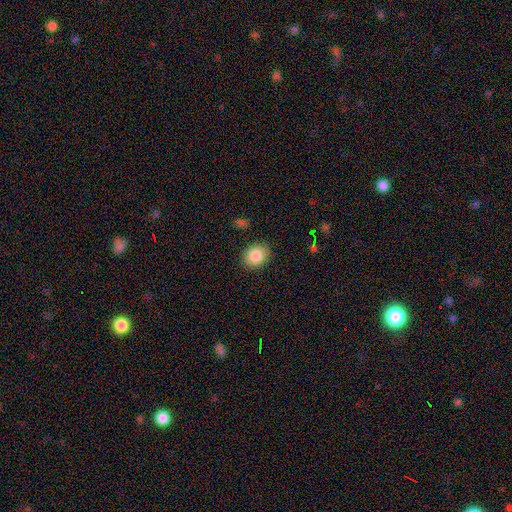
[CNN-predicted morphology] Smooth or featured? smooth (86%)
How rounded? in between (52%)
Merging? none (87%)